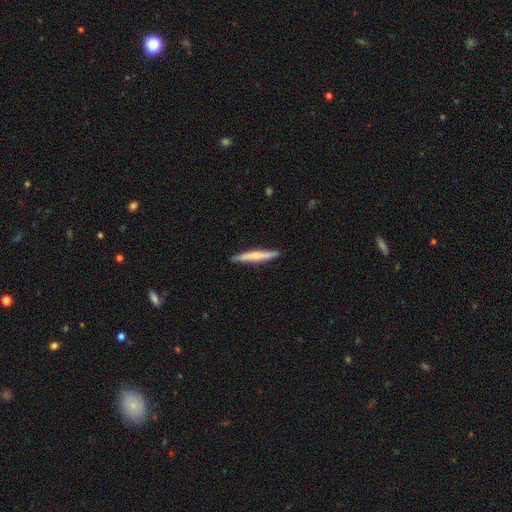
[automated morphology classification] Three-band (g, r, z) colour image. It shows a smooth galaxy with no disk features (56%) that is cigar-shaped (95%). Merging: none (89%).